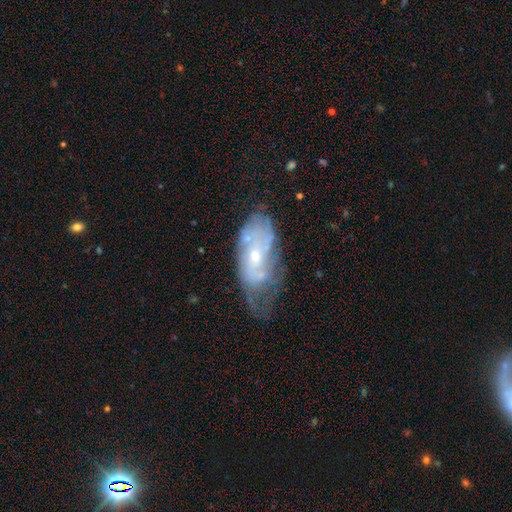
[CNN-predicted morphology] smooth-or-featured: featured or disk: 67% | smooth: 25% | star or artifact: 9%
  disk-edge-on: no: 92% | yes: 8%
    bar: no: 72% | weak: 24% | strong: 4%
    has-spiral-arms: yes: 65% | no: 35%
    bulge-size: small: 61% | moderate: 34% | none: 3% | large: 2% | dominant: 1%
  merging: none: 40% | minor disturbance: 31% | major disturbance: 23% | merger: 6%